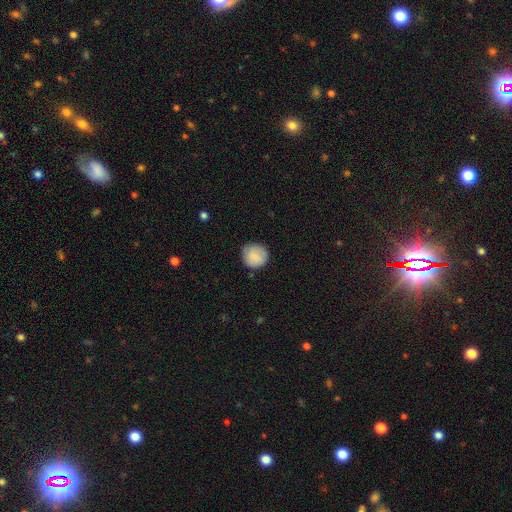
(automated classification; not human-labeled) Smooth or featured? smooth (85%)
How rounded? round (91%)
Merging? none (80%)